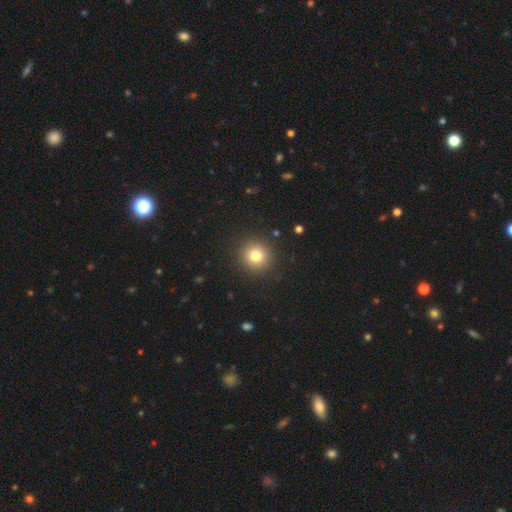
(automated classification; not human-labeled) Q: Smooth or featured?
A: smooth (79%); runner-up: star or artifact (12%)
Q: How rounded?
A: round (94%); runner-up: in between (5%)
Q: Merging?
A: none (91%); runner-up: minor disturbance (5%)